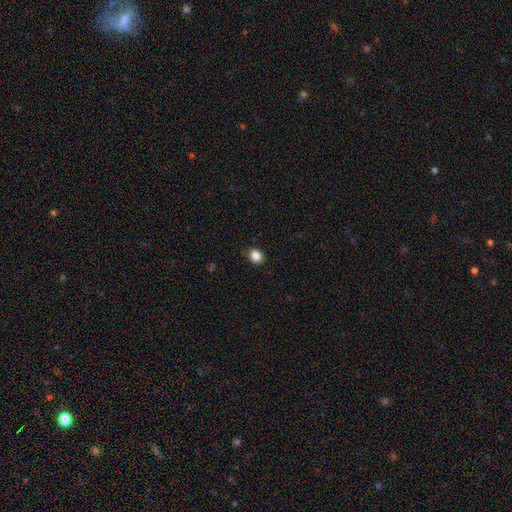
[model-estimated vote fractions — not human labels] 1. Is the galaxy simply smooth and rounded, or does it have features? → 86% smooth, 10% star or artifact, 4% featured or disk.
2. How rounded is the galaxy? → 56% round, 43% in between, 1% cigar-shaped.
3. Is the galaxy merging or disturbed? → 86% none, 11% minor disturbance, 2% major disturbance, 1% merger.